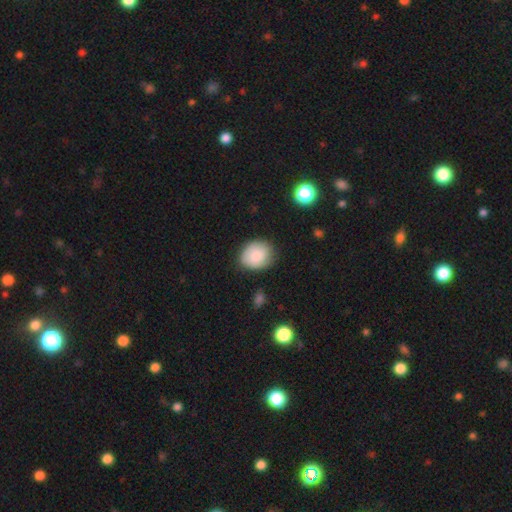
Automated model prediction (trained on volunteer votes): Q: Smooth or featured?
A: smooth (84%); runner-up: featured or disk (9%)
Q: How rounded?
A: round (54%); runner-up: in between (45%)
Q: Merging?
A: none (77%); runner-up: minor disturbance (18%)